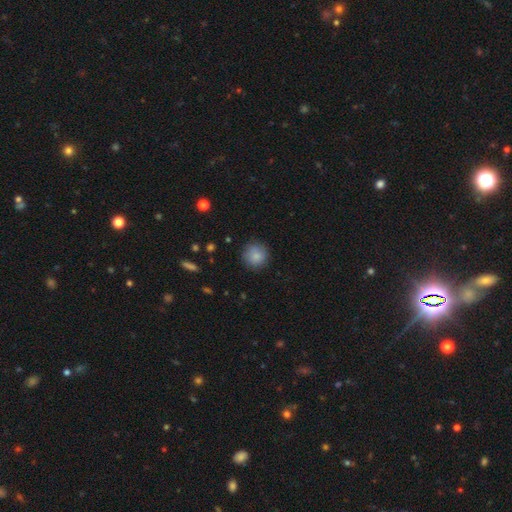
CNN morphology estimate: smooth 84%, star or artifact 8%, featured or disk 7%. Down the decision tree: how rounded — round (93%); merging — none (83%).